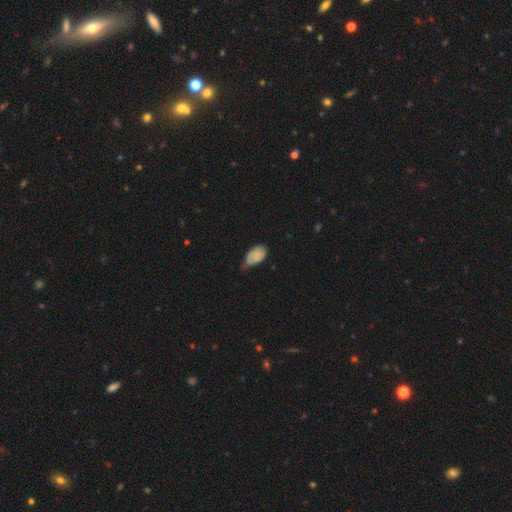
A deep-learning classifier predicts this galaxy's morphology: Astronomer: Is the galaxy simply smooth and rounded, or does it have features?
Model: smooth — 82%.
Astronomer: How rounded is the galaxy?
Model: in between — 92%.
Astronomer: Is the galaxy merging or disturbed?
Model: minor disturbance — 51% (runner-up: none, 33%).